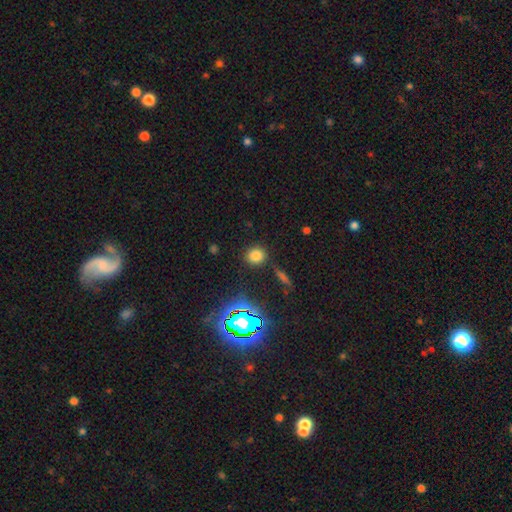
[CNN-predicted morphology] The model was most divided on "smooth or featured": smooth: 75%, star or artifact: 18%, featured or disk: 7%. More confident: merging — none (86%); how rounded — round (81%).